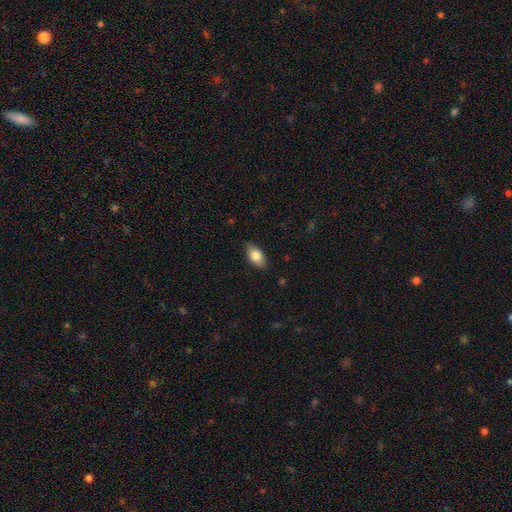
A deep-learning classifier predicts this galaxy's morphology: smooth-or-featured: smooth: 82% | featured or disk: 11% | star or artifact: 7%
  how-rounded: in between: 91% | round: 5% | cigar-shaped: 3%
  merging: none: 83% | minor disturbance: 14% | major disturbance: 3% | merger: 1%